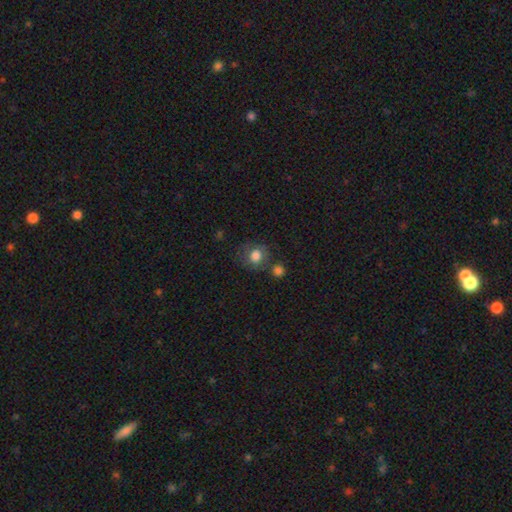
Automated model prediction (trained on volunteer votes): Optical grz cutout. It shows a smooth galaxy with no disk features (78%) that is round (76%). Merging: none (66%).